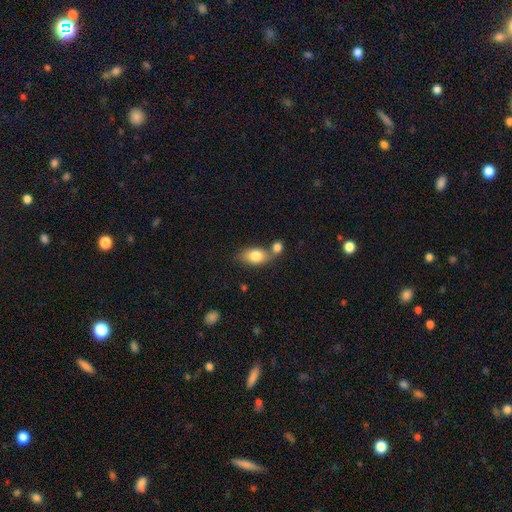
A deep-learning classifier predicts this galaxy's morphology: The model was most divided on "merging": none: 42%, merger: 41%, minor disturbance: 12%, major disturbance: 4%. More confident: how rounded — in between (85%); smooth or featured — smooth (80%).